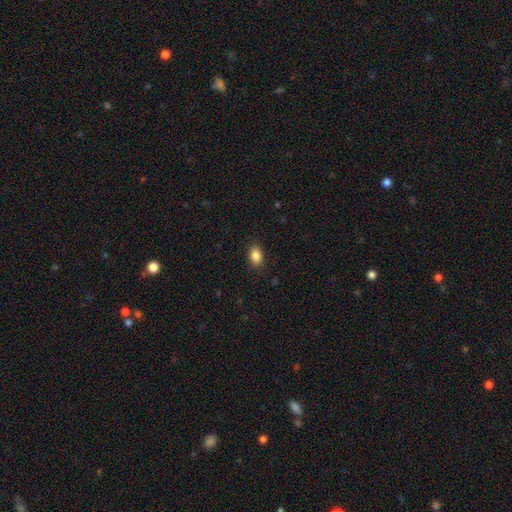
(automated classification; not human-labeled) This appears to be a smooth galaxy with no disk features (87%) that is in between round and cigar-shaped (84%). Merging: none (88%).